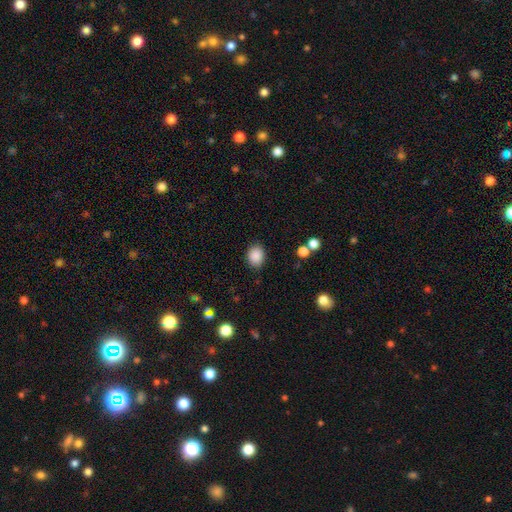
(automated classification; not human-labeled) Smooth or featured? smooth (88%)
How rounded? in between (52%)
Merging? none (85%)